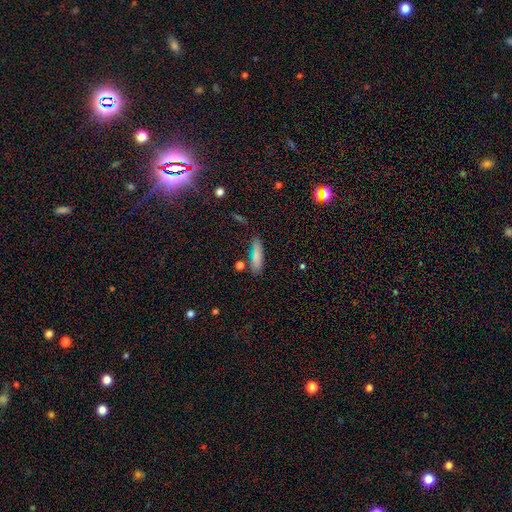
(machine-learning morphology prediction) A smooth galaxy with no disk features (81%) that is cigar-shaped (68%). Merging: none (73%).